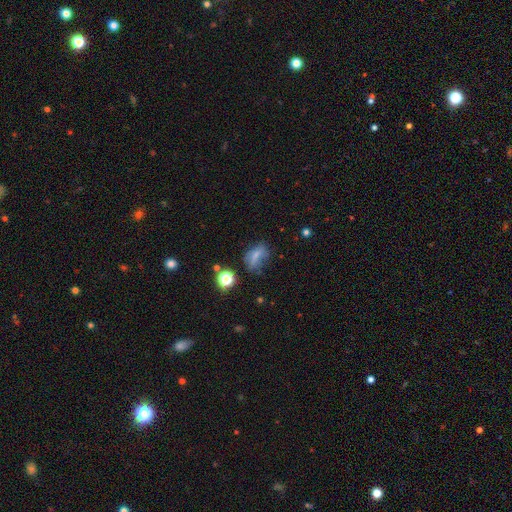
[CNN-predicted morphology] Smooth or featured?
  - smooth: 59% *
  - featured or disk: 21%
  - star or artifact: 20%
How rounded?
  - in between: 70% *
  - round: 22%
  - cigar-shaped: 8%
Merging?
  - none: 44% *
  - minor disturbance: 27%
  - major disturbance: 22%
  - merger: 7%